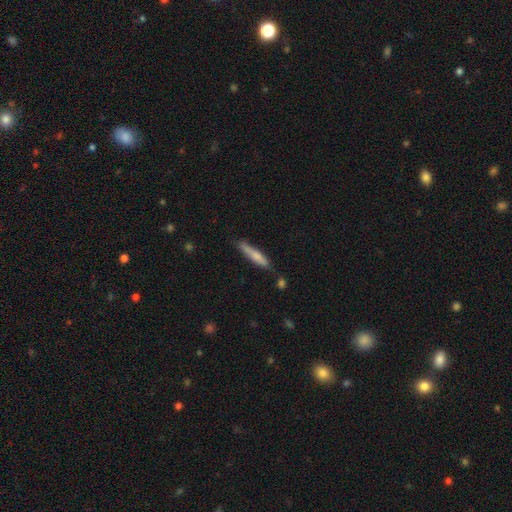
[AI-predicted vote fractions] Smooth or featured?
  - smooth: 70% *
  - featured or disk: 24%
  - star or artifact: 6%
How rounded?
  - cigar-shaped: 89% *
  - in between: 9%
  - round: 1%
Merging?
  - none: 68% *
  - minor disturbance: 23%
  - merger: 5%
  - major disturbance: 4%